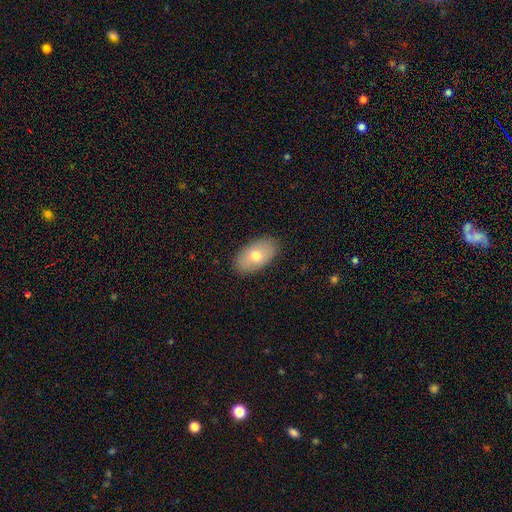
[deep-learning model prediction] The model was most divided on "smooth or featured": smooth: 70%, featured or disk: 23%, star or artifact: 7%. More confident: how rounded — in between (93%); merging — none (87%).